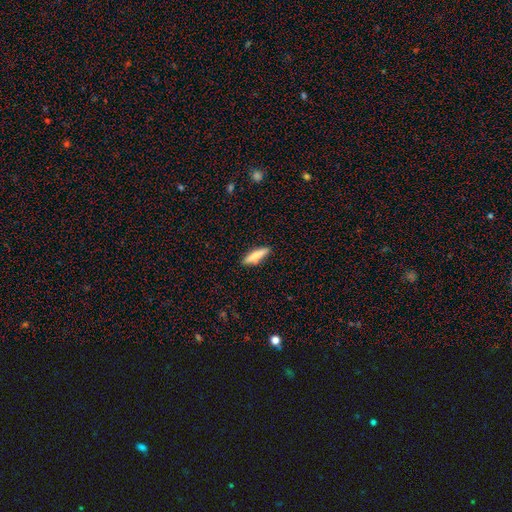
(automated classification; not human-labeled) Smooth or featured? smooth (75%)
How rounded? cigar-shaped (74%)
Merging? none (87%)